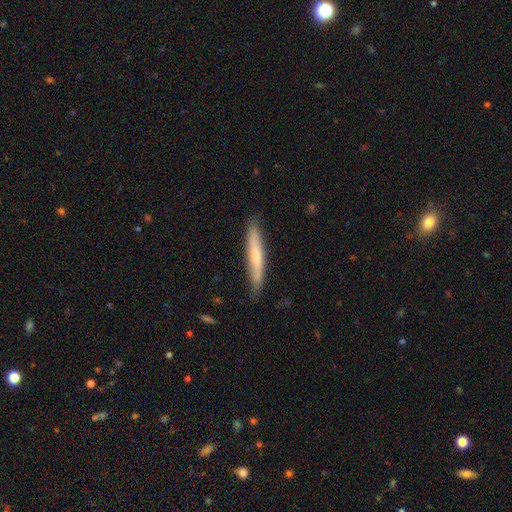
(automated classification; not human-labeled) Q: Smooth or featured?
A: smooth (57%); runner-up: featured or disk (37%)
Q: How rounded?
A: cigar-shaped (94%); runner-up: in between (5%)
Q: Merging?
A: none (83%); runner-up: minor disturbance (14%)